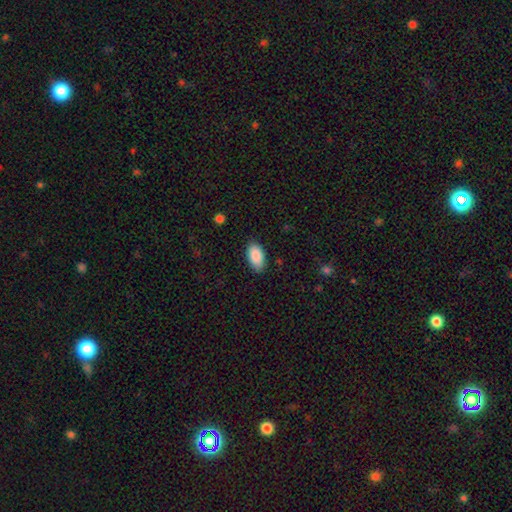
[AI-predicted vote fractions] This appears to be a smooth galaxy with no disk features (89%) that is in between round and cigar-shaped (95%). Merging: none (86%).